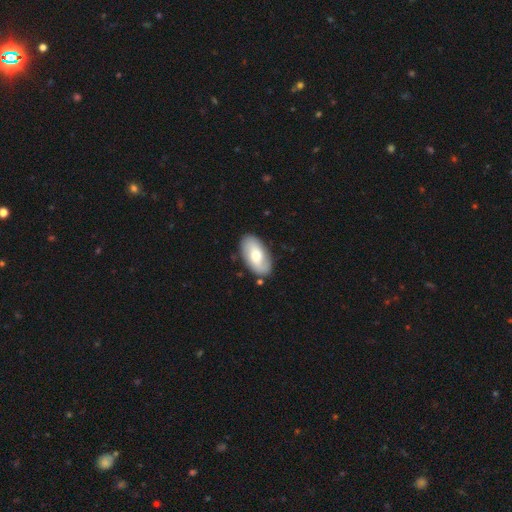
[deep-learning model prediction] Morphology: type=smooth (56%); roundness=in between (94%); merging=none (84%).